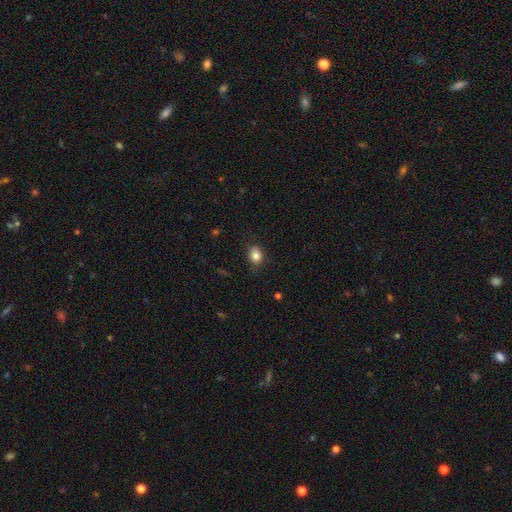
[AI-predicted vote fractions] This is clearly a smooth galaxy (84%). How rounded: possibly in between (55%). Merging: clearly none (80%).